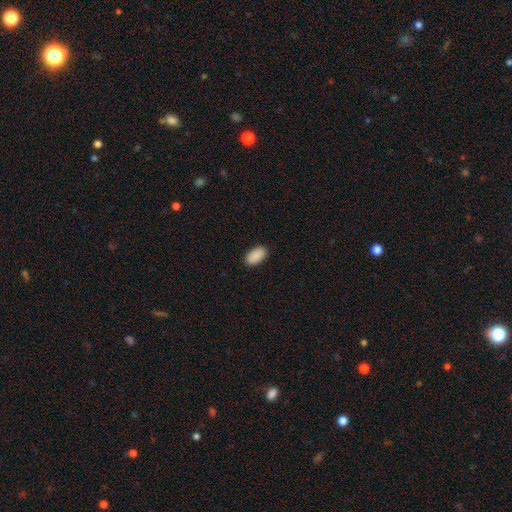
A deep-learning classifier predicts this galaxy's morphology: Q: Smooth or featured?
A: smooth (91%); runner-up: star or artifact (6%)
Q: How rounded?
A: in between (95%); runner-up: round (4%)
Q: Merging?
A: none (89%); runner-up: minor disturbance (8%)